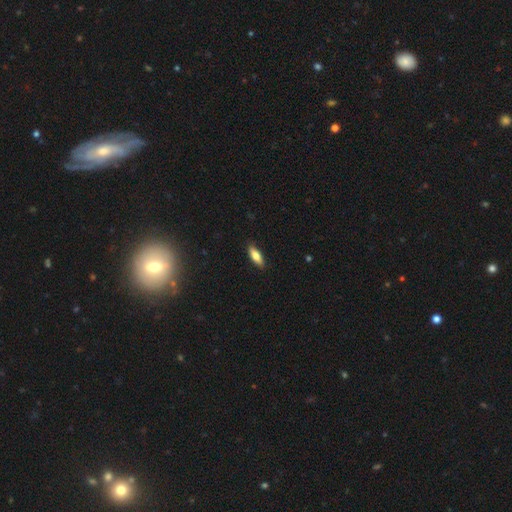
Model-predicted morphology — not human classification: smooth_or_featured: smooth (p=0.76) [alt: featured or disk p=0.17]
how_rounded: in between (p=0.62) [alt: cigar-shaped p=0.36]
merging: none (p=0.87) [alt: minor disturbance p=0.10]